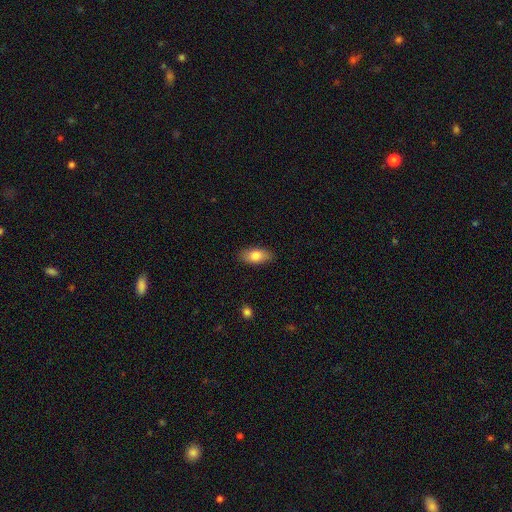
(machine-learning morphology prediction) smooth-or-featured: smooth: 81% | featured or disk: 13% | star or artifact: 7%
  how-rounded: in between: 89% | cigar-shaped: 7% | round: 4%
  merging: none: 88% | minor disturbance: 9% | major disturbance: 2% | merger: 1%